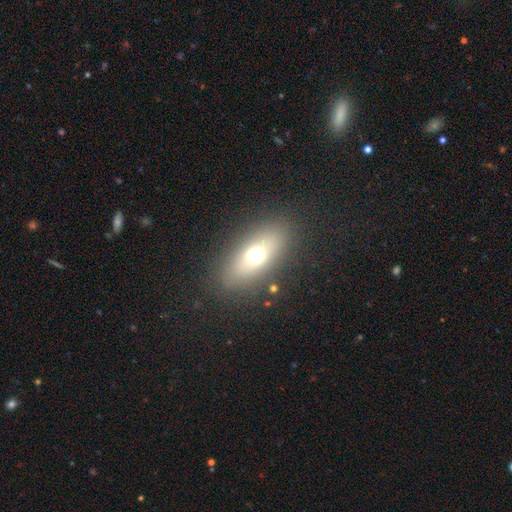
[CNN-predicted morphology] This appears to be a smooth galaxy with no disk features (62%) that is in between round and cigar-shaped (74%). Merging: none (85%).